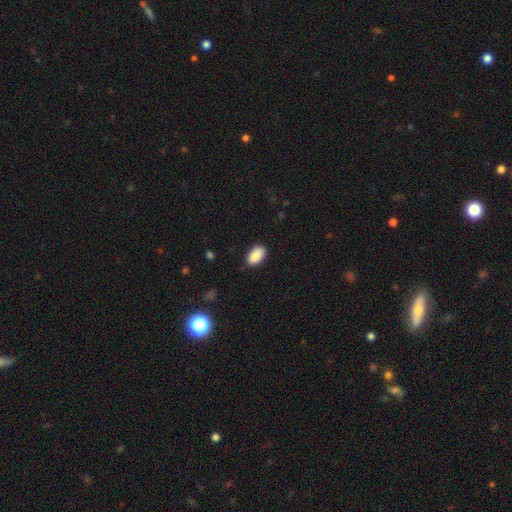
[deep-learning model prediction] This is clearly a smooth galaxy (89%). How rounded: clearly in between (94%). Merging: clearly none (86%).